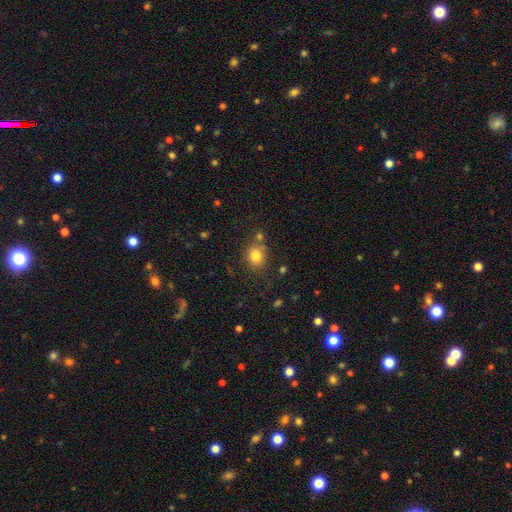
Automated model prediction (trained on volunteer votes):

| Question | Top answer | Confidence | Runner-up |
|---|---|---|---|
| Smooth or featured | smooth | 82% | star or artifact (12%) |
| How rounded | round | 70% | in between (29%) |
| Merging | none | 70% | minor disturbance (13%) |